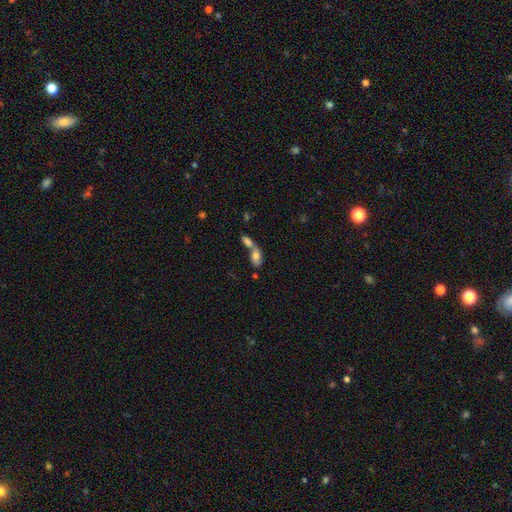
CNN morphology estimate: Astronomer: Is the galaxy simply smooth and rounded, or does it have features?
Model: smooth — 74%.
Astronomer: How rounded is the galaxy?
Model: in between — 87%.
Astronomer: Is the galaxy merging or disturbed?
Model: merger — 68%.